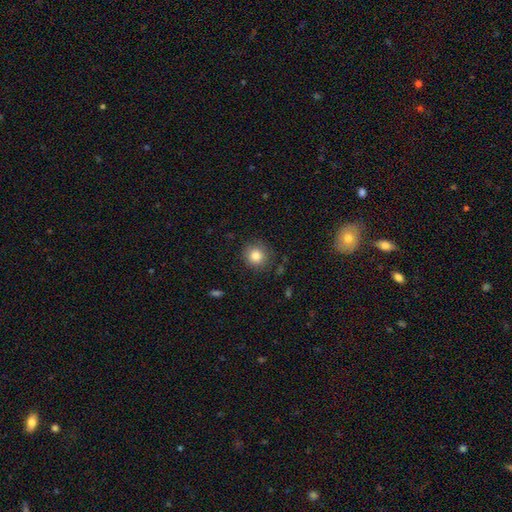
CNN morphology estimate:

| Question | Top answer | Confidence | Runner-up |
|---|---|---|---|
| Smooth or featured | smooth | 84% | star or artifact (10%) |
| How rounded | round | 90% | in between (9%) |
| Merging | none | 83% | minor disturbance (12%) |